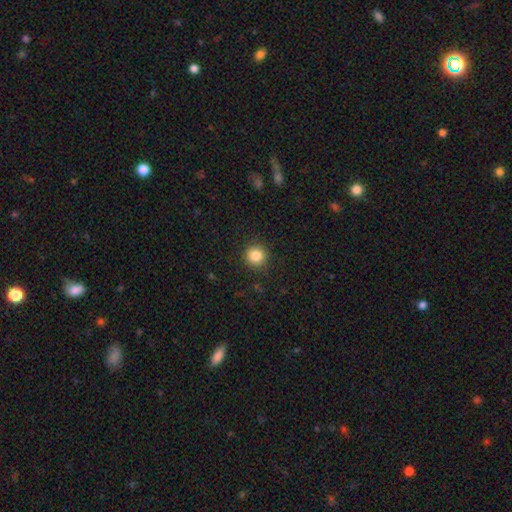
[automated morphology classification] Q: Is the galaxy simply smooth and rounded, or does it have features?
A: smooth — 84%.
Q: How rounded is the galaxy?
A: round — 93%.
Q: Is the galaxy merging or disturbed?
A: none — 90%.